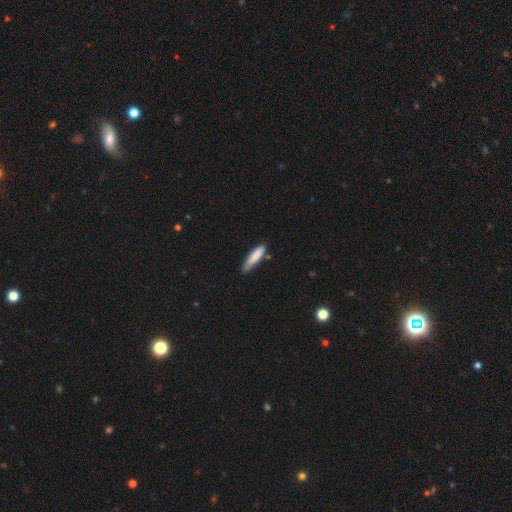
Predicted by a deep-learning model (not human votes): Smooth or featured: smooth — 84% (featured or disk — 9%)
How rounded: cigar-shaped — 76% (in between — 23%)
Merging: none — 70% (minor disturbance — 23%)